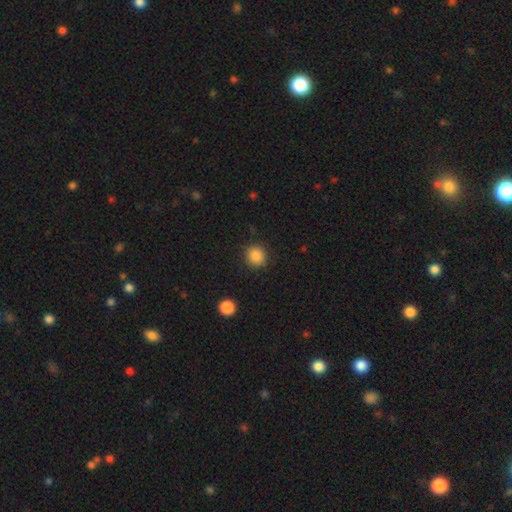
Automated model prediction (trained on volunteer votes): smooth-or-featured: smooth: 87% | star or artifact: 10% | featured or disk: 4%
  how-rounded: round: 89% | in between: 10% | cigar-shaped: 1%
  merging: none: 89% | minor disturbance: 7% | major disturbance: 3% | merger: 1%